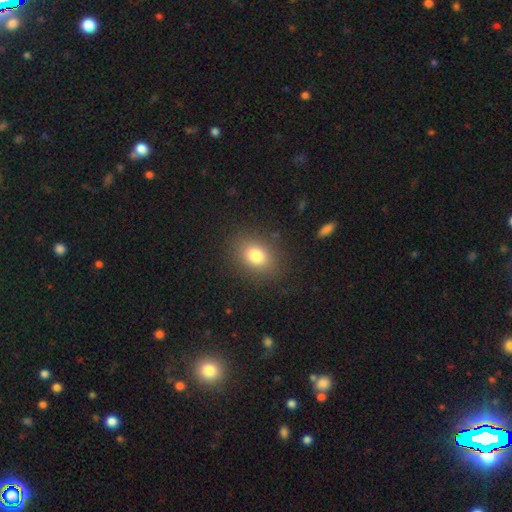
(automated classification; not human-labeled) The model was most divided on "how rounded": in between: 62%, round: 37%, cigar-shaped: 1%. More confident: merging — none (85%); smooth or featured — smooth (80%).